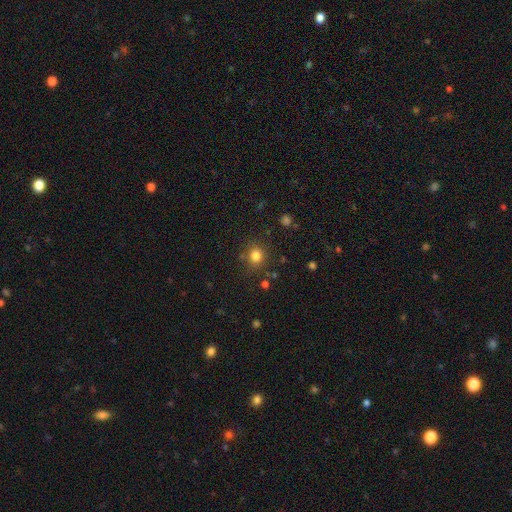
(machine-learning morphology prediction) A smooth galaxy with no disk features (81%) that is round (80%).

Vote fractions:
- Smooth or featured? smooth: 81% / star or artifact: 14% / featured or disk: 6%
- How rounded? round: 80% / in between: 19% / cigar-shaped: 1%
- Merging? none: 82% / minor disturbance: 10% / major disturbance: 4% / merger: 4%